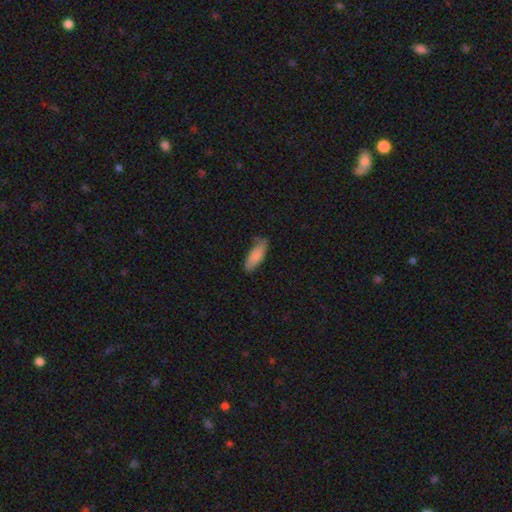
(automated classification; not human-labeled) A smooth galaxy with no disk features (85%) that is in between round and cigar-shaped (61%).

Vote fractions:
- Smooth or featured? smooth: 85% / featured or disk: 9% / star or artifact: 6%
- How rounded? in between: 61% / cigar-shaped: 38% / round: 2%
- Merging? none: 73% / minor disturbance: 22% / major disturbance: 4% / merger: 2%